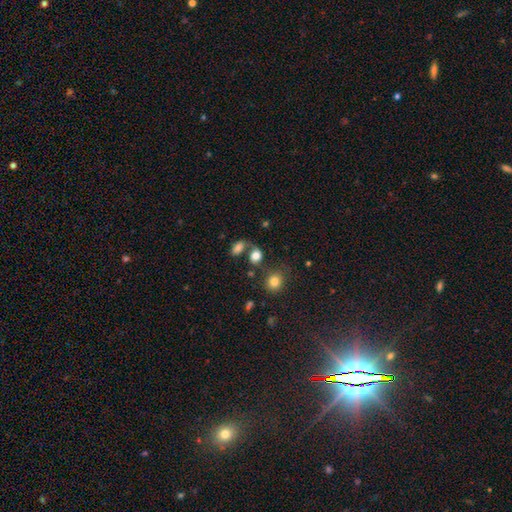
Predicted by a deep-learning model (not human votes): Smooth or featured? smooth (78%)
How rounded? in between (55%)
Merging? none (44%)